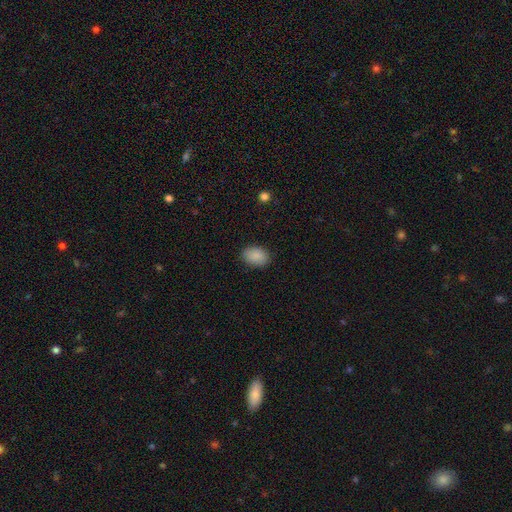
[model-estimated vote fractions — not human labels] Smooth or featured? Predicted: smooth (p=0.89). How rounded? Predicted: in between (p=0.84). Merging? Predicted: none (p=0.87).